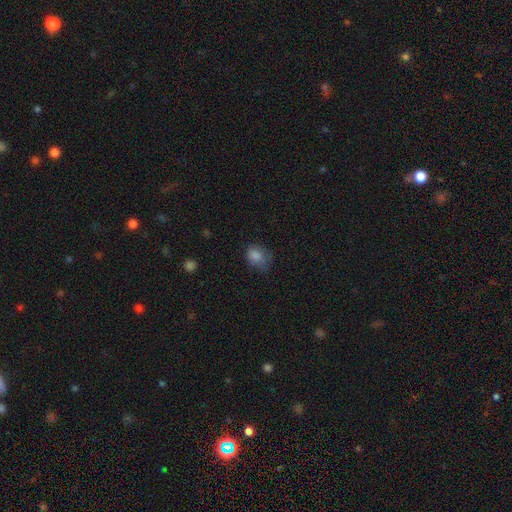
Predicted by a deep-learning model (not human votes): smooth-or-featured: smooth: 80% | star or artifact: 11% | featured or disk: 9%
  how-rounded: in between: 66% | round: 33% | cigar-shaped: 1%
  merging: none: 49% | minor disturbance: 33% | major disturbance: 16% | merger: 2%